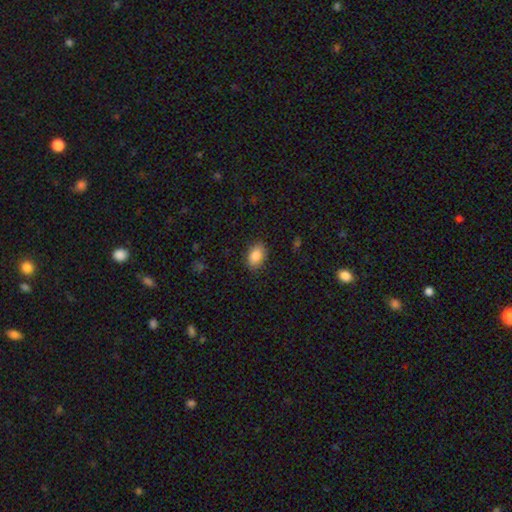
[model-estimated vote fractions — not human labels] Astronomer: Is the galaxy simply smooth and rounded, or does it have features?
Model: smooth — 87%.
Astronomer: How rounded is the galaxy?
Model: in between — 85%.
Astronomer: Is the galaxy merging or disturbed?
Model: none — 87%.